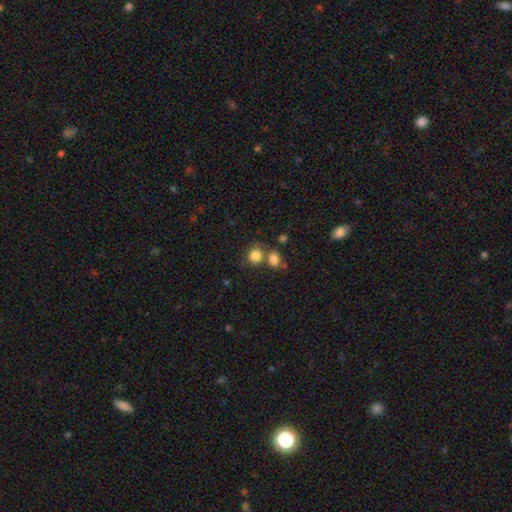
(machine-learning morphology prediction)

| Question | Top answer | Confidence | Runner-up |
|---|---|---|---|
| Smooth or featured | smooth | 81% | star or artifact (11%) |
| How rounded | round | 76% | in between (23%) |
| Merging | none | 50% | merger (35%) |